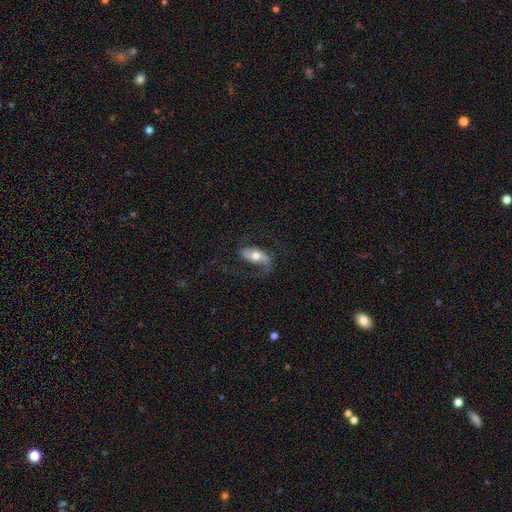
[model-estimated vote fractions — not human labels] A featured or disk galaxy (66%) with no bar (49%), 2 (79%) loose (59%) spiral arms (86%) and a moderate central bulge (71%).

Vote fractions:
- Smooth or featured? featured or disk: 66% / smooth: 27% / star or artifact: 7%
- Edge-on disk? no: 90% / yes: 10%
- Bar? no: 49% / weak: 28% / strong: 24%
- Spiral arms? yes: 86% / no: 14%
- Spiral winding? loose: 59% / medium: 31% / tight: 10%
- Spiral arm count? 2: 79% / 1: 14% / can't tell: 4% / 3: 1% / 4: 1% / more than 4: 1%
- Bulge size? moderate: 71% / large: 14% / small: 12% / dominant: 2% / none: 1%
- Merging? none: 60% / minor disturbance: 19% / major disturbance: 19% / merger: 2%